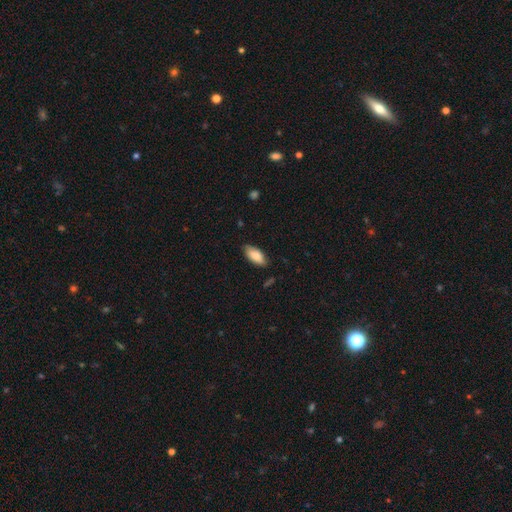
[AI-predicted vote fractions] A smooth galaxy with no disk features (86%) that is in between round and cigar-shaped (88%).

Vote fractions:
- Smooth or featured? smooth: 86% / featured or disk: 8% / star or artifact: 6%
- How rounded? in between: 88% / cigar-shaped: 10% / round: 2%
- Merging? none: 81% / minor disturbance: 15% / major disturbance: 3% / merger: 1%